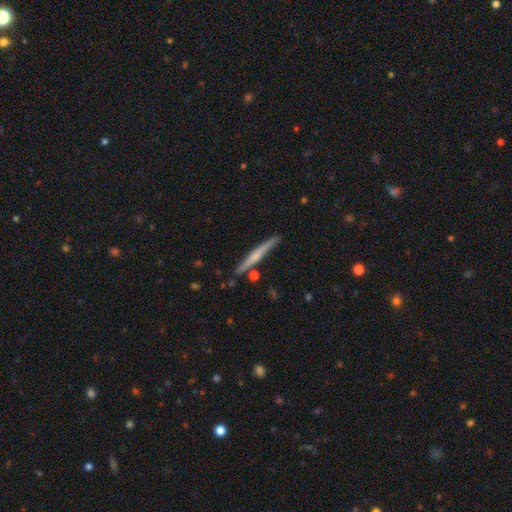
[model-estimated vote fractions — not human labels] Smooth or featured: featured or disk — 57% (smooth — 37%)
Edge-on disk: yes — 97% (no — 3%)
Edge-on bulge: rounded — 50% (none — 41%)
Merging: none — 85% (minor disturbance — 9%)